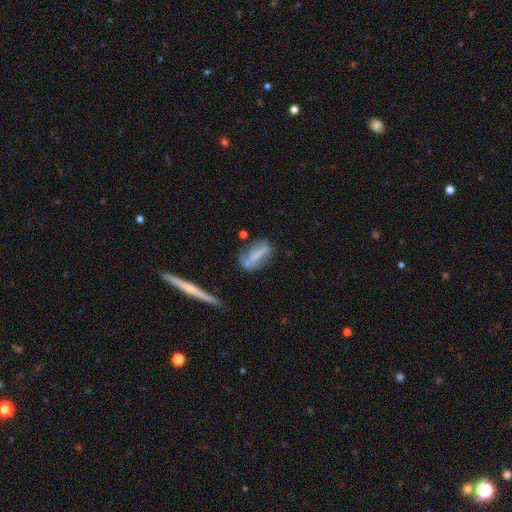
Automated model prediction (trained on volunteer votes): Overall: featured or disk (51%; smooth 40%). Edge-on disk: no (75%). Merging: none (52%; minor disturbance 27%).